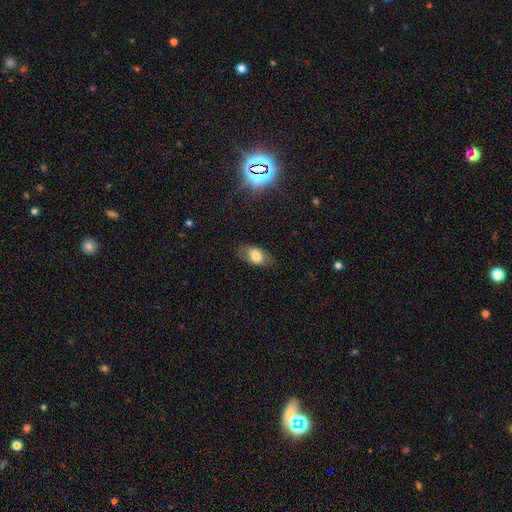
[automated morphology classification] A smooth galaxy with no disk features (70%) that is in between round and cigar-shaped (88%). Merging: none (75%).